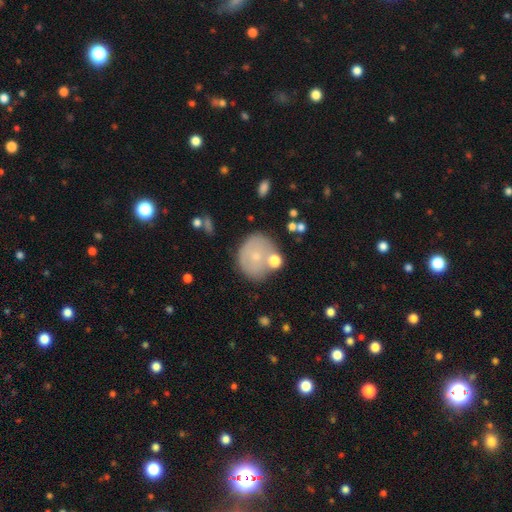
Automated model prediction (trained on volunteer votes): smooth-or-featured: smooth: 62% | featured or disk: 28% | star or artifact: 10%
  how-rounded: round: 79% | in between: 20% | cigar-shaped: 1%
  merging: none: 63% | minor disturbance: 18% | merger: 12% | major disturbance: 6%